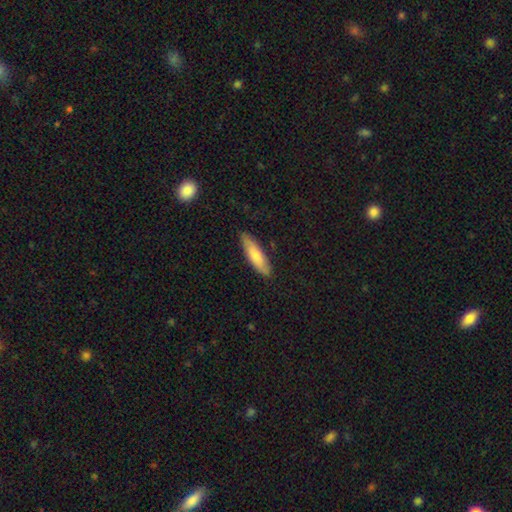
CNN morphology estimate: smooth-or-featured: smooth: 74% | featured or disk: 21% | star or artifact: 5%
  how-rounded: cigar-shaped: 57% | in between: 42% | round: 2%
  merging: none: 84% | minor disturbance: 13% | major disturbance: 2% | merger: 1%